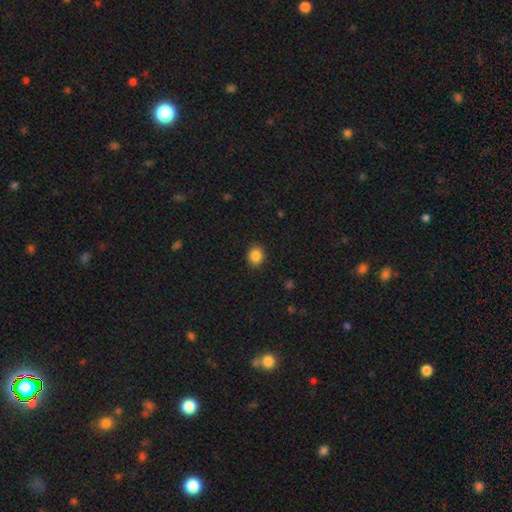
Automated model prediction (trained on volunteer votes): A smooth galaxy with no disk features (86%) that is round (68%).

Vote fractions:
- Smooth or featured? smooth: 86% / star or artifact: 10% / featured or disk: 4%
- How rounded? round: 68% / in between: 31% / cigar-shaped: 1%
- Merging? none: 89% / minor disturbance: 7% / major disturbance: 2% / merger: 1%